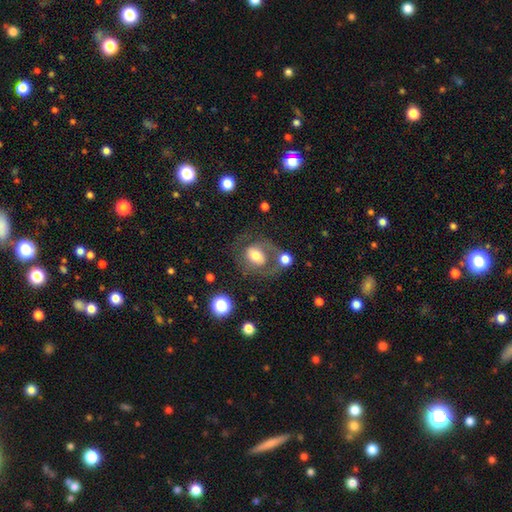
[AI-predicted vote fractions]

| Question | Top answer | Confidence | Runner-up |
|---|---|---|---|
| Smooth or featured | smooth | 49% | featured or disk (41%) |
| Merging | none | 45% | major disturbance (21%) |